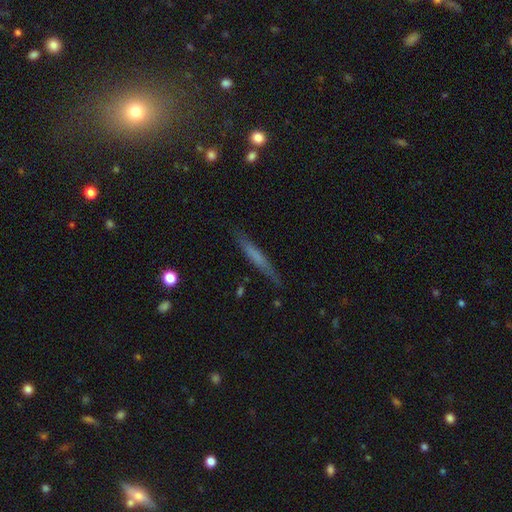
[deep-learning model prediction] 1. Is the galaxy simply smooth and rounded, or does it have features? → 54% smooth, 39% featured or disk, 7% star or artifact.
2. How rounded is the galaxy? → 94% cigar-shaped, 4% in between, 2% round.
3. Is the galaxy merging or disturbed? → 84% none, 12% minor disturbance, 3% major disturbance, 2% merger.